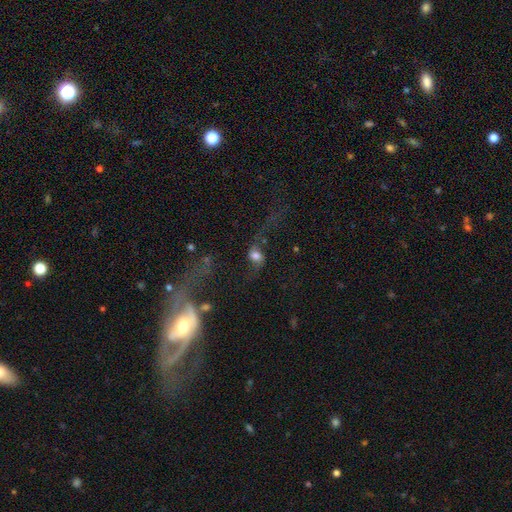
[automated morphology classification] featured or disk 55%, smooth 33%, star or artifact 12%. Down the decision tree: edge-on disk — no (90%); merging — none (39%).